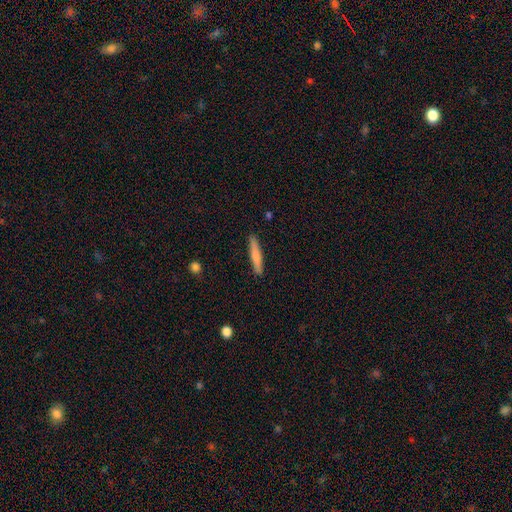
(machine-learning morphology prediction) Smooth or featured? Predicted: smooth (p=0.73). How rounded? Predicted: cigar-shaped (p=0.93). Merging? Predicted: none (p=0.90).